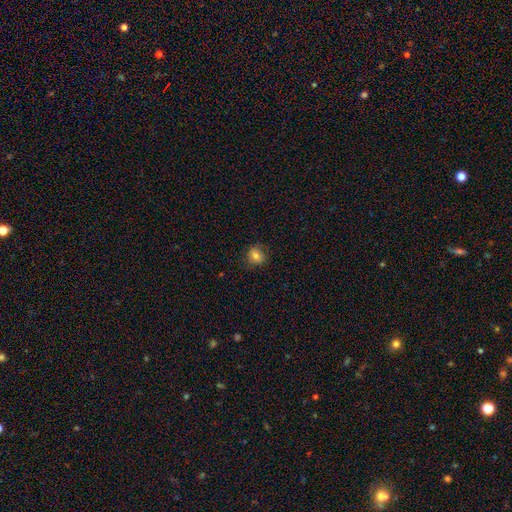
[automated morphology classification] Smooth or featured?
  - smooth: 78% *
  - star or artifact: 11%
  - featured or disk: 11%
How rounded?
  - round: 78% *
  - in between: 21%
  - cigar-shaped: 1%
Merging?
  - none: 80% *
  - minor disturbance: 15%
  - major disturbance: 4%
  - merger: 1%